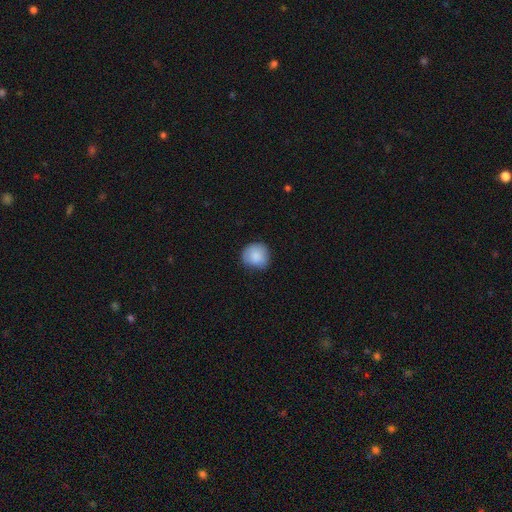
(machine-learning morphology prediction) Smooth or featured?
  - smooth: 84% *
  - featured or disk: 9%
  - star or artifact: 7%
How rounded?
  - round: 88% *
  - in between: 11%
  - cigar-shaped: 1%
Merging?
  - none: 73% *
  - minor disturbance: 21%
  - major disturbance: 4%
  - merger: 1%